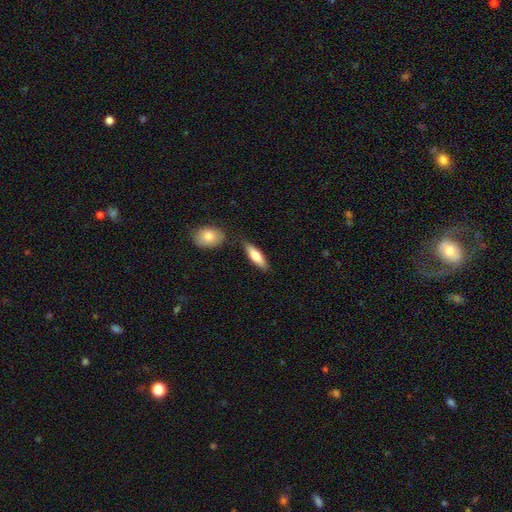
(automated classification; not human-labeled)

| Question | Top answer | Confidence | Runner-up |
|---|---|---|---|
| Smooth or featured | smooth | 75% | featured or disk (20%) |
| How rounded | cigar-shaped | 50% | in between (48%) |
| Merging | none | 78% | minor disturbance (12%) |